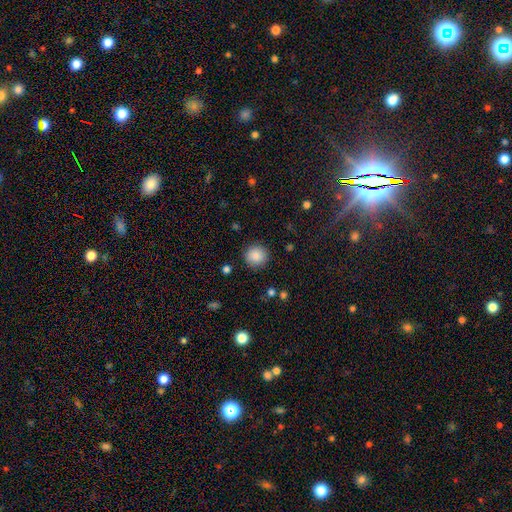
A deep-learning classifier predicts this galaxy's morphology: Smooth or featured?
  - smooth: 87% *
  - star or artifact: 9%
  - featured or disk: 4%
How rounded?
  - round: 93% *
  - in between: 6%
  - cigar-shaped: 1%
Merging?
  - none: 90% *
  - minor disturbance: 7%
  - major disturbance: 2%
  - merger: 1%